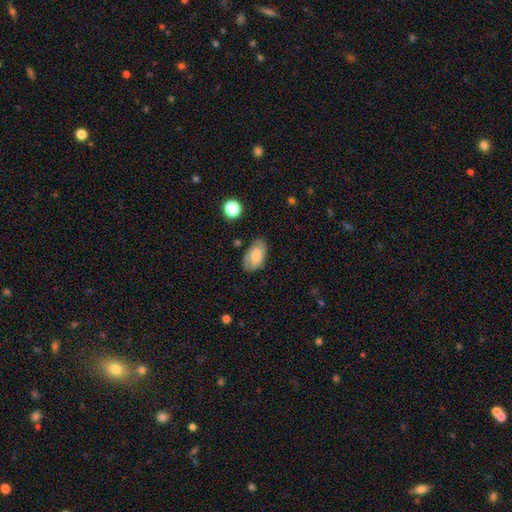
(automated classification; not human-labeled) Smooth or featured?
  - smooth: 65% *
  - featured or disk: 28%
  - star or artifact: 7%
How rounded?
  - in between: 93% *
  - round: 5%
  - cigar-shaped: 2%
Merging?
  - none: 73% *
  - minor disturbance: 20%
  - major disturbance: 4%
  - merger: 2%